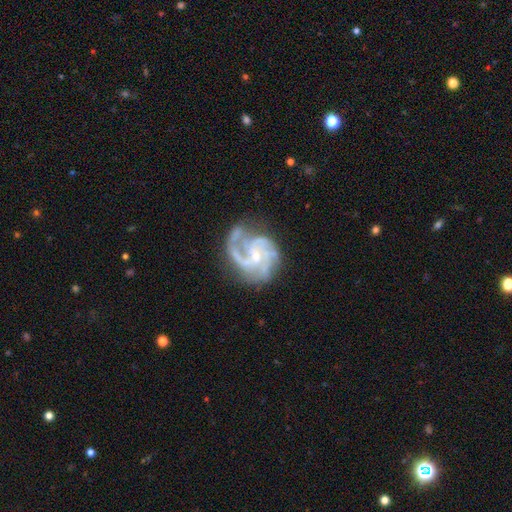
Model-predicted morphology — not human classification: This appears to be a featured or disk galaxy (89%) with no bar (58%), 3 (43%) medium (51%) spiral arms (97%) and a small central bulge (68%). Merging: none (62%).